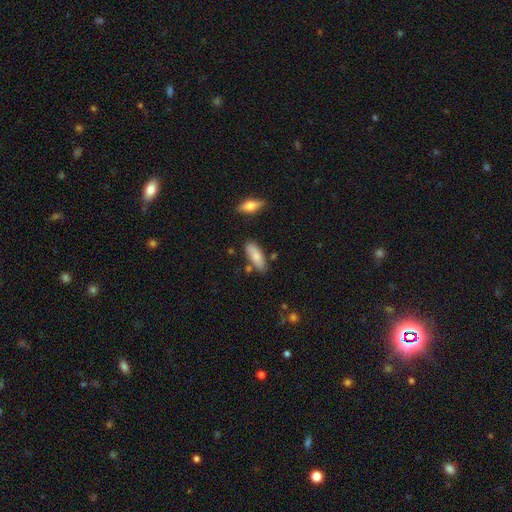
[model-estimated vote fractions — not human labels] The model was most divided on "how rounded": in between: 73%, cigar-shaped: 26%, round: 2%. More confident: smooth or featured — smooth (78%); merging — none (74%).